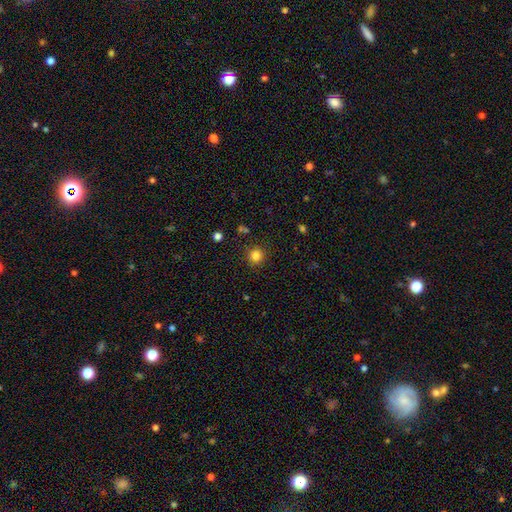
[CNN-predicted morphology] Smooth or featured?
  - smooth: 83% *
  - star or artifact: 13%
  - featured or disk: 4%
How rounded?
  - round: 93% *
  - in between: 6%
  - cigar-shaped: 1%
Merging?
  - none: 89% *
  - minor disturbance: 7%
  - major disturbance: 3%
  - merger: 2%